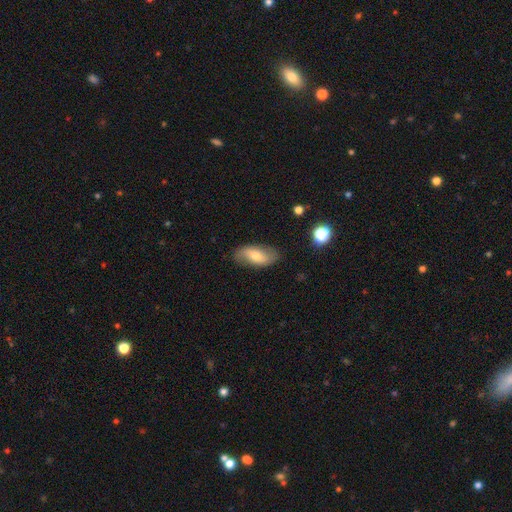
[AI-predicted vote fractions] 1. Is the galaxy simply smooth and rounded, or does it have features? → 49% smooth, 44% featured or disk, 8% star or artifact.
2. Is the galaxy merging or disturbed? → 79% none, 16% minor disturbance, 4% major disturbance, 1% merger.